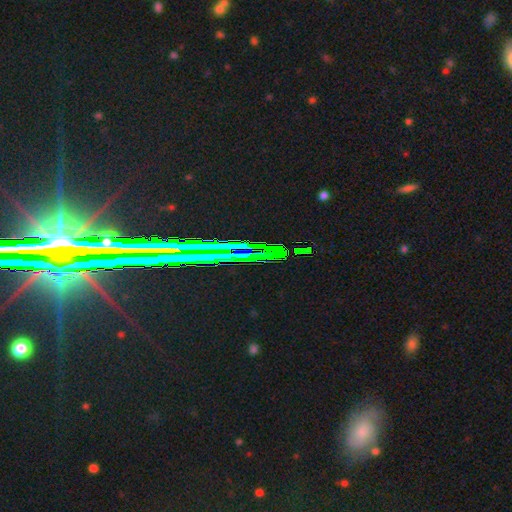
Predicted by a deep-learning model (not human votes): The model was most divided on "smooth or featured": star or artifact: 77%, featured or disk: 13%, smooth: 10%.